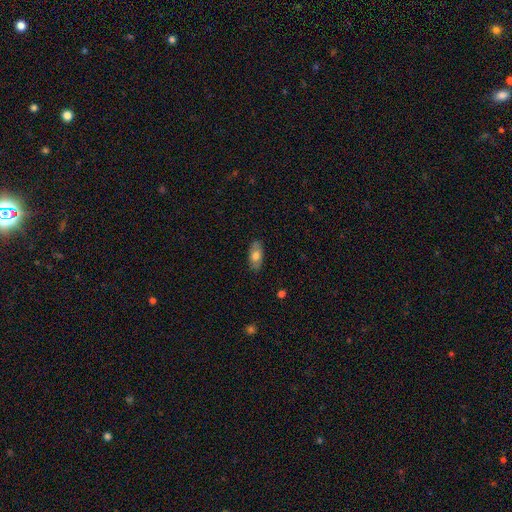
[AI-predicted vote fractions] Morphology: type=smooth (75%); roundness=in between (89%); merging=none (85%).